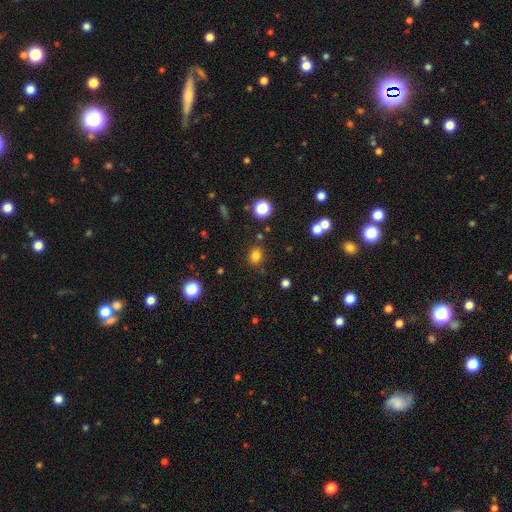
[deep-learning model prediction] Smooth or featured? smooth (79%)
How rounded? round (60%)
Merging? none (80%)